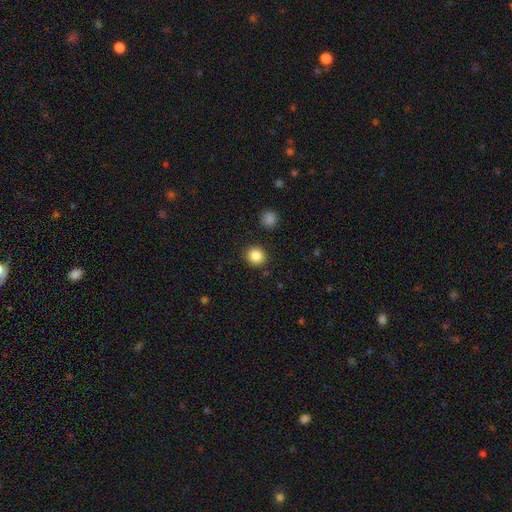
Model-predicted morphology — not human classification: Smooth or featured? Predicted: smooth (p=0.86). How rounded? Predicted: round (p=0.86). Merging? Predicted: none (p=0.89).